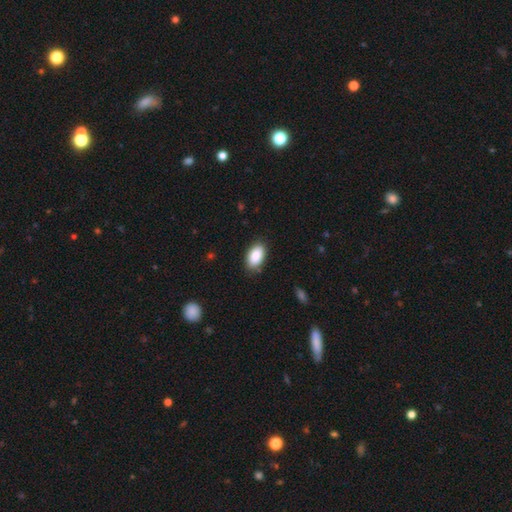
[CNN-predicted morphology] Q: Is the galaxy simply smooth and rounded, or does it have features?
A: smooth — 89%.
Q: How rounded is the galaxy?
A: in between — 94%.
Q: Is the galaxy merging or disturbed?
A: none — 85%.